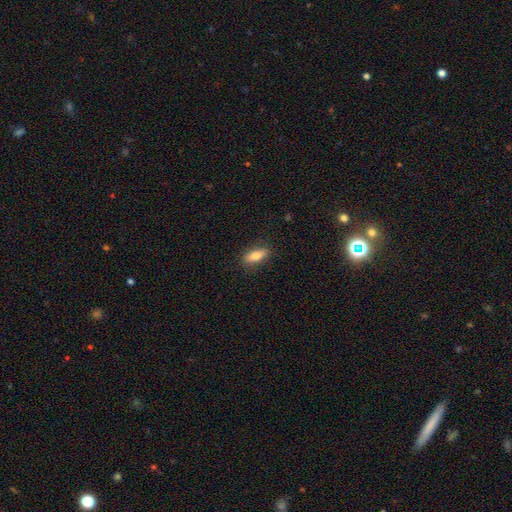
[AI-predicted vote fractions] Smooth or featured: smooth — 77% (featured or disk — 16%)
How rounded: in between — 69% (cigar-shaped — 28%)
Merging: none — 86% (minor disturbance — 11%)